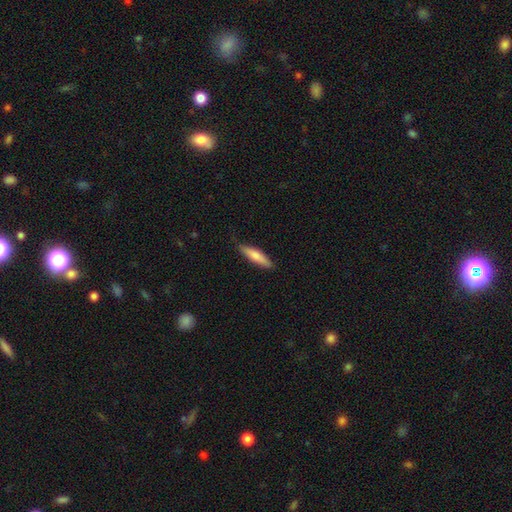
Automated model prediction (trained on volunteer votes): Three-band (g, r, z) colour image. It shows a smooth galaxy with no disk features (75%) that is cigar-shaped (74%). Merging: none (81%).